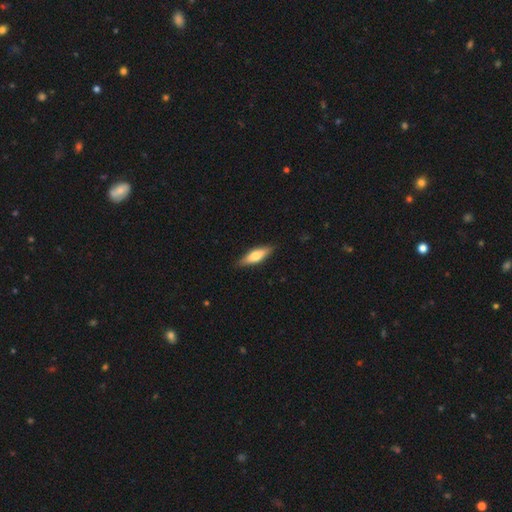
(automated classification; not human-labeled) smooth_or_featured: smooth (p=0.60) [alt: featured or disk p=0.34]
how_rounded: cigar-shaped (p=0.53) [alt: in between p=0.44]
merging: none (p=0.87) [alt: minor disturbance p=0.10]